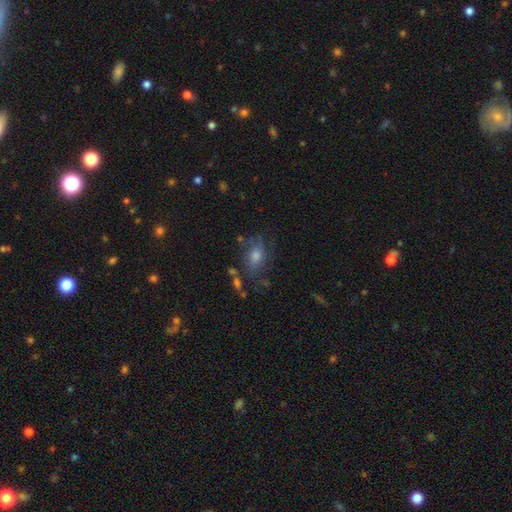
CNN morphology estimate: smooth_or_featured: featured or disk (p=0.50) [alt: smooth p=0.33]
merging: none (p=0.60) [alt: minor disturbance p=0.21]